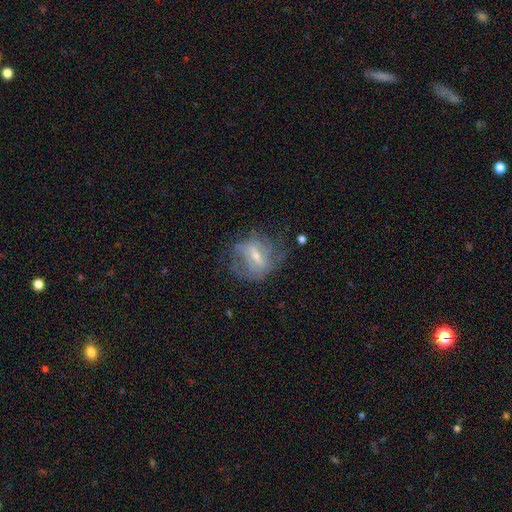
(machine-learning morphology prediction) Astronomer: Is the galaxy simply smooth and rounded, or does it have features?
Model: featured or disk — 74%.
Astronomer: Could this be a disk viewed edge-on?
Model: no — 92%.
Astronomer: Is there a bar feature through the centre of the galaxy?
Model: weak — 43% (runner-up: strong, 42%).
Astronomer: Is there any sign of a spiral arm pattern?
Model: yes — 72%.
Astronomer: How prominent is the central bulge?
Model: small — 50% (runner-up: moderate, 43%).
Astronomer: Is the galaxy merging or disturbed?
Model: none — 54%.